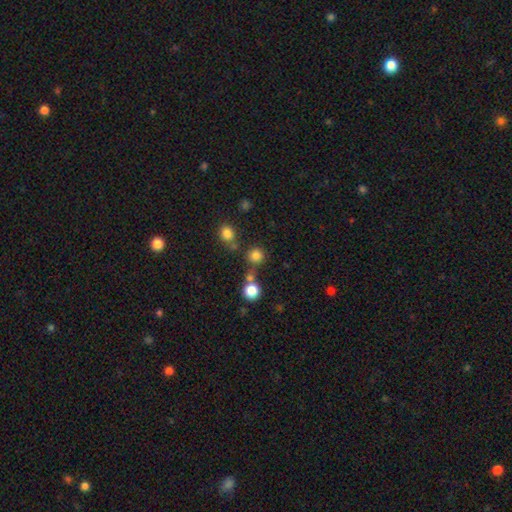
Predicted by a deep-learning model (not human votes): smooth 79%, star or artifact 16%, featured or disk 5%. Down the decision tree: how rounded — round (91%); merging — none (73%).